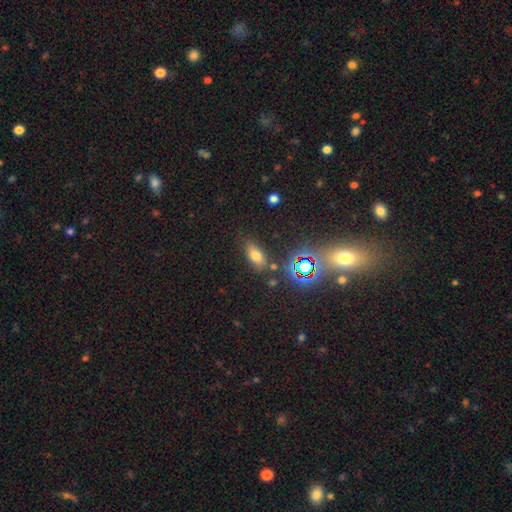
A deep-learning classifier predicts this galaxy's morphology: smooth 67%, star or artifact 21%, featured or disk 11%. Down the decision tree: how rounded — in between (82%); merging — none (79%).